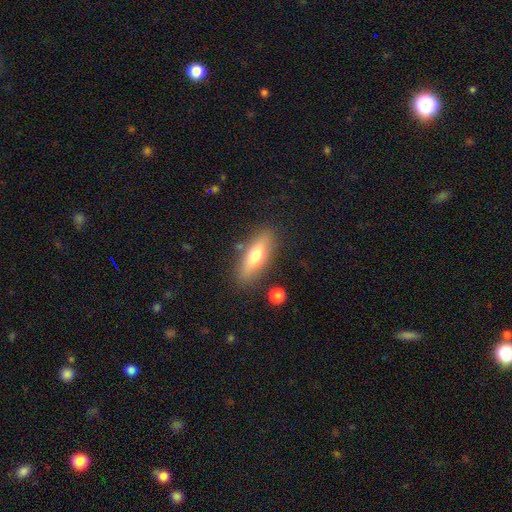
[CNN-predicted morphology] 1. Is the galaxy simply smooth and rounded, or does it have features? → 63% smooth, 30% featured or disk, 7% star or artifact.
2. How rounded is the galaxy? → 52% in between, 45% cigar-shaped, 3% round.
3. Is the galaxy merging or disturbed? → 82% none, 12% minor disturbance, 4% merger, 3% major disturbance.